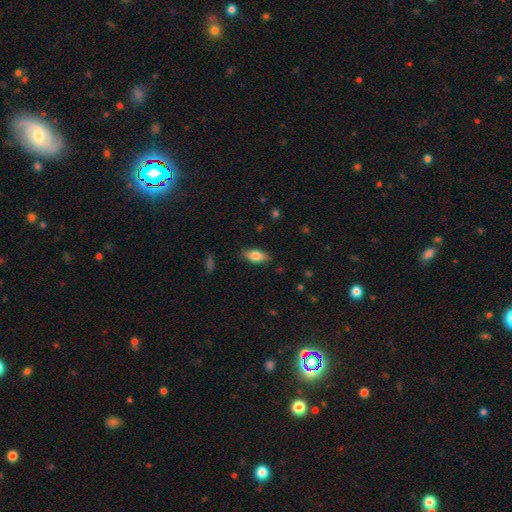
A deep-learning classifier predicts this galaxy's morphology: Overall: smooth (77%). How rounded: in between (85%). Merging: none (84%).